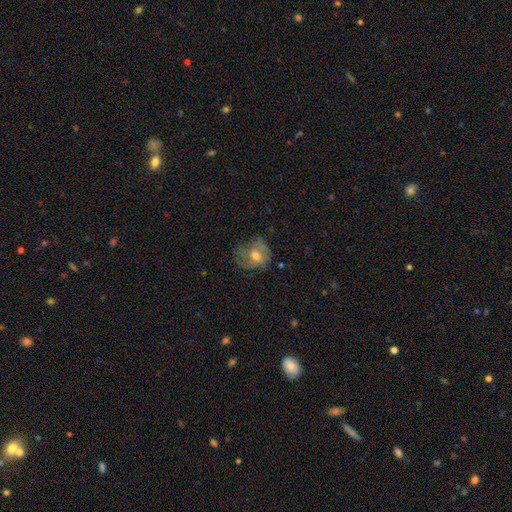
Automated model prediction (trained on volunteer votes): Smooth or featured? Predicted: smooth (p=0.50). How rounded? Predicted: round (p=0.62). Merging? Predicted: none (p=0.50).